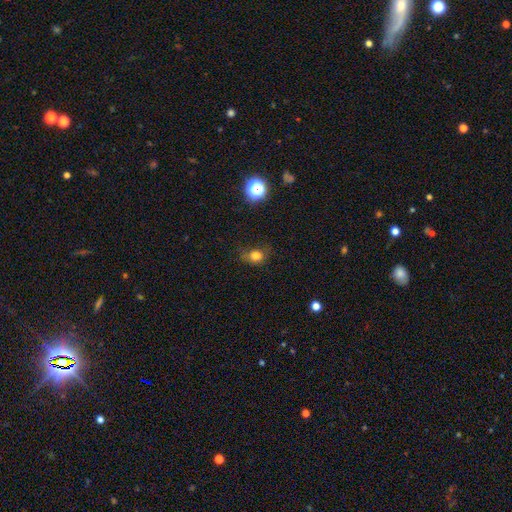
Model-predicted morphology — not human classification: Smooth or featured? Predicted: smooth (p=0.78). How rounded? Predicted: round (p=0.66). Merging? Predicted: none (p=0.61).